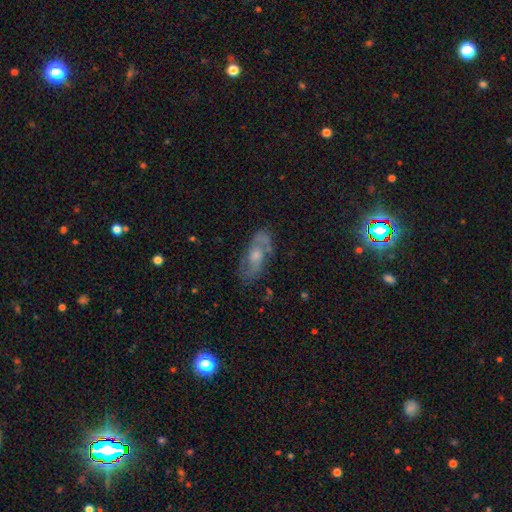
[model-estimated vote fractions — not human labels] A featured or disk galaxy (69%) with no bar (67%), 2 (75%) medium (48%) spiral arms (82%) and a moderate central bulge (54%).

Vote fractions:
- Smooth or featured? featured or disk: 69% / smooth: 20% / star or artifact: 11%
- Edge-on disk? no: 90% / yes: 10%
- Bar? no: 67% / weak: 28% / strong: 5%
- Spiral arms? yes: 82% / no: 18%
- Spiral winding? medium: 48% / tight: 26% / loose: 26%
- Spiral arm count? 2: 75% / can't tell: 17% / 1: 3% / 3: 3% / 4: 1% / more than 4: 1%
- Bulge size? moderate: 54% / small: 31% / large: 8% / none: 5% / dominant: 1%
- Merging? none: 72% / minor disturbance: 17% / major disturbance: 8% / merger: 3%